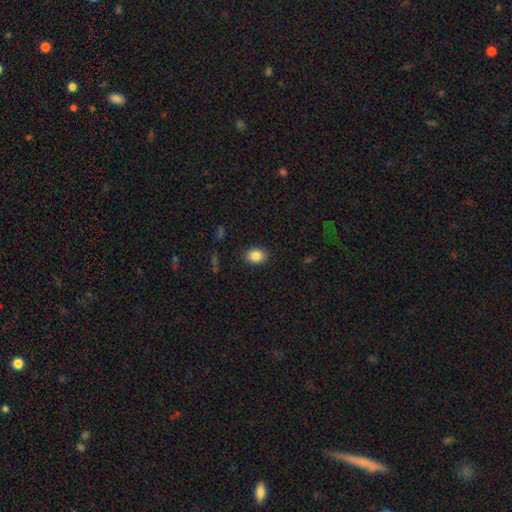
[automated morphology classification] Smooth or featured? Predicted: smooth (p=0.87). How rounded? Predicted: in between (p=0.62). Merging? Predicted: none (p=0.88).